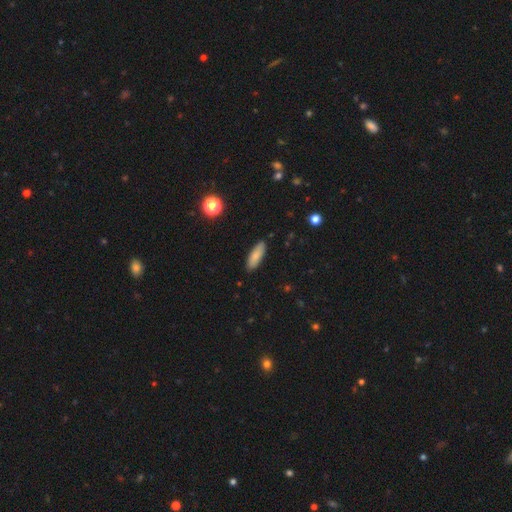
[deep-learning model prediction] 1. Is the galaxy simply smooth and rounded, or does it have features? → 83% smooth, 10% featured or disk, 7% star or artifact.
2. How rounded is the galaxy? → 57% in between, 41% cigar-shaped, 2% round.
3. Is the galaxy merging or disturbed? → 88% none, 9% minor disturbance, 2% major disturbance, 1% merger.